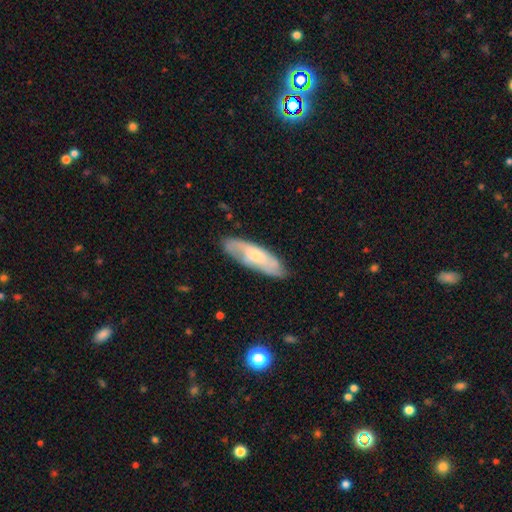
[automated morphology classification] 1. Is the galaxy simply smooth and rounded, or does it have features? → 55% featured or disk, 39% smooth, 6% star or artifact.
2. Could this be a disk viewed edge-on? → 76% no, 24% yes.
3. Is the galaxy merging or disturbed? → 78% none, 17% minor disturbance, 4% major disturbance, 2% merger.